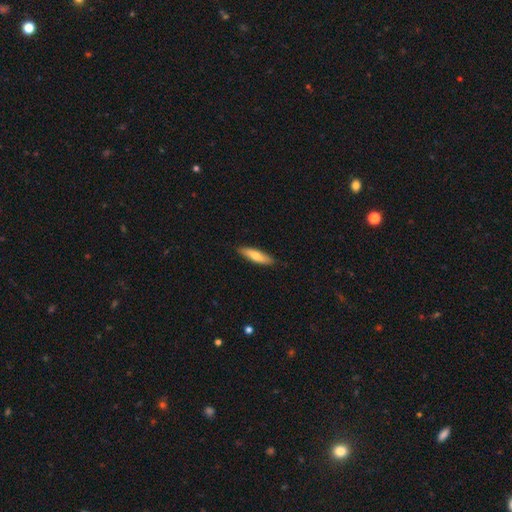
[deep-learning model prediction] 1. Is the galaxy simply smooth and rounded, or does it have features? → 70% smooth, 25% featured or disk, 5% star or artifact.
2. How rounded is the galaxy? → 67% cigar-shaped, 31% in between, 2% round.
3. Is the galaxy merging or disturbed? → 87% none, 10% minor disturbance, 2% major disturbance, 1% merger.